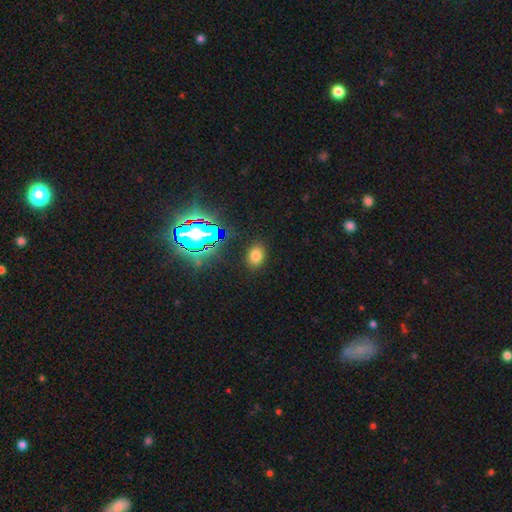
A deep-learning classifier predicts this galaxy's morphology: This appears to be a smooth galaxy with no disk features (71%) that is in between round and cigar-shaped (73%). Merging: none (87%).